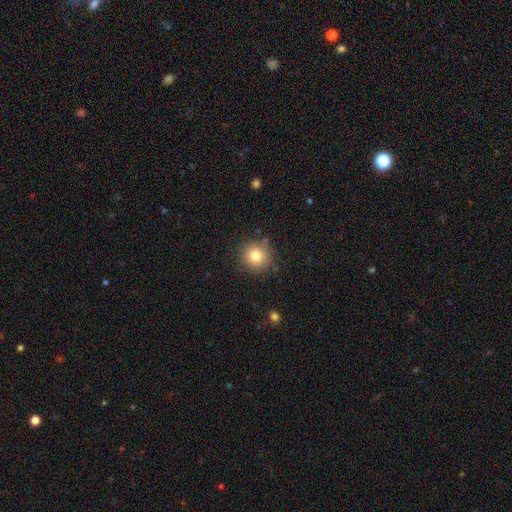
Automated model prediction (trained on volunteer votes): This is clearly a smooth galaxy (80%). How rounded: clearly round (92%). Merging: clearly none (84%).